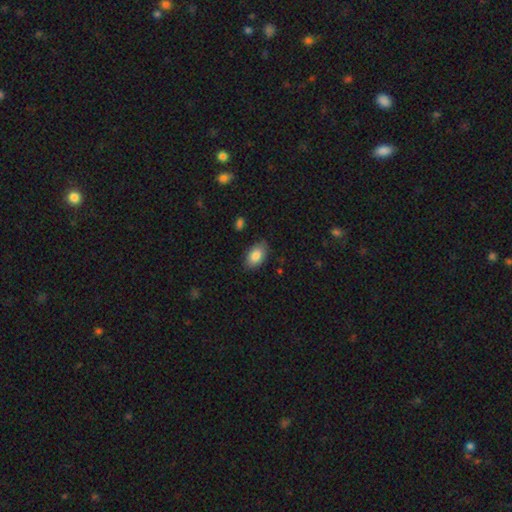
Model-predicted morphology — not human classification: This appears to be a smooth galaxy with no disk features (86%) that is in between round and cigar-shaped (91%). Merging: none (83%).